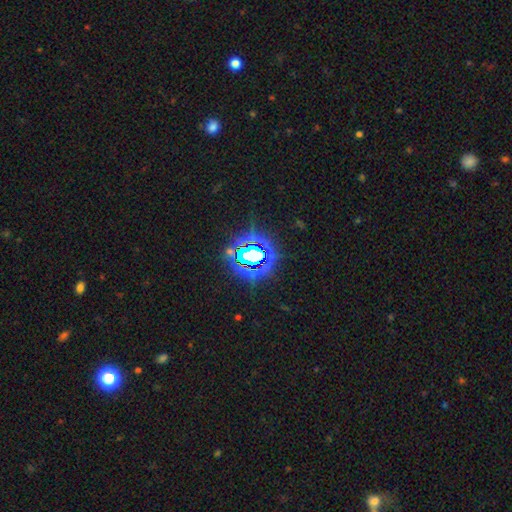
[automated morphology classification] star or artifact 76%, smooth 13%, featured or disk 10%.